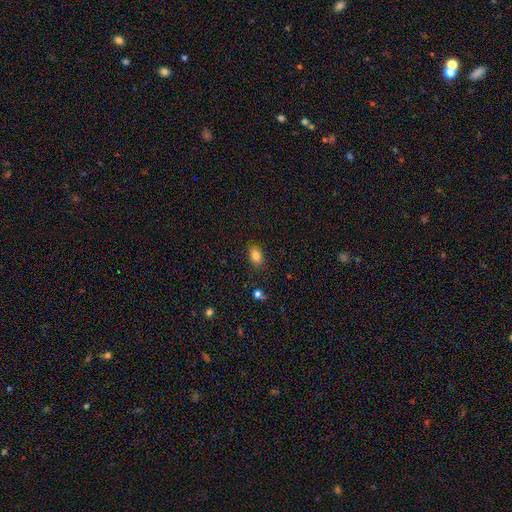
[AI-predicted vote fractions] smooth 82%, star or artifact 11%, featured or disk 7%. Down the decision tree: how rounded — in between (79%); merging — none (85%).